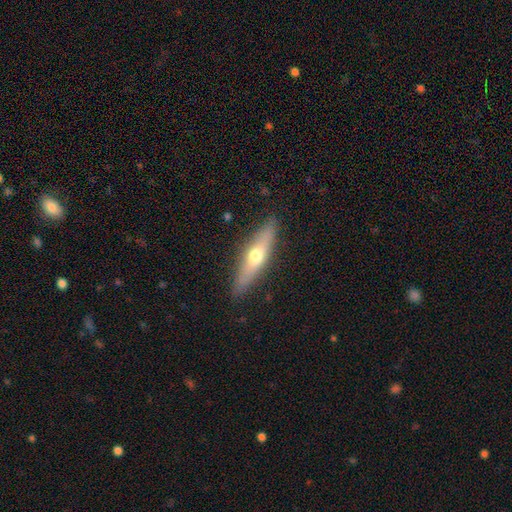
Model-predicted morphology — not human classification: Smooth or featured? Predicted: featured or disk (p=0.49). Merging? Predicted: none (p=0.88).